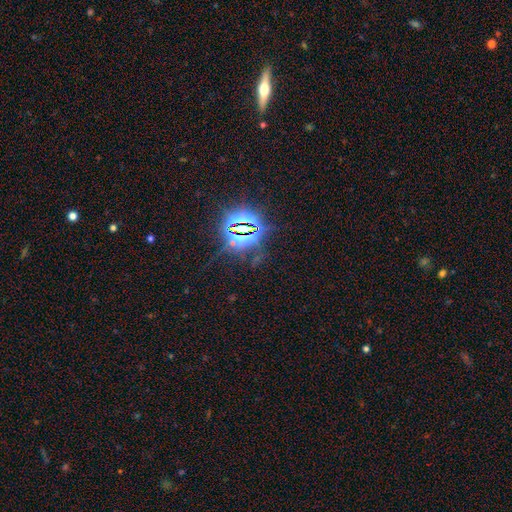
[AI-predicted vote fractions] Smooth or featured? Predicted: star or artifact (p=0.85).